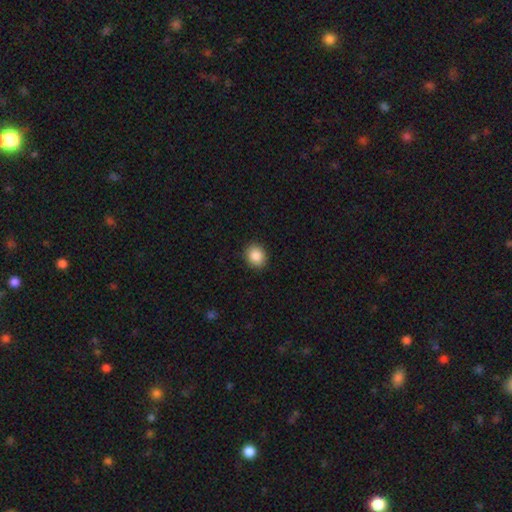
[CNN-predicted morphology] A smooth galaxy with no disk features (88%) that is round (66%). Merging: none (90%).